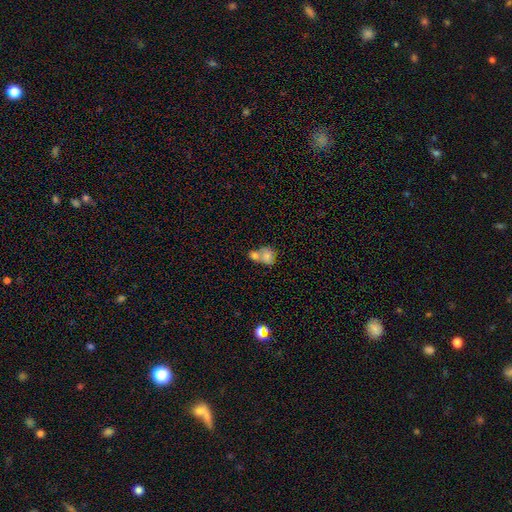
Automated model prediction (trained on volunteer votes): This is likely a smooth galaxy (72%). How rounded: likely round (64%). Merging: likely merger (65%).